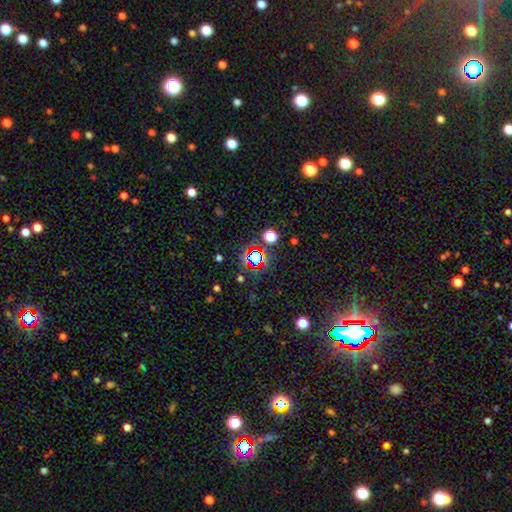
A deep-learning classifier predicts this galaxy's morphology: This appears to be a star or artifact, not a galaxy (63%).